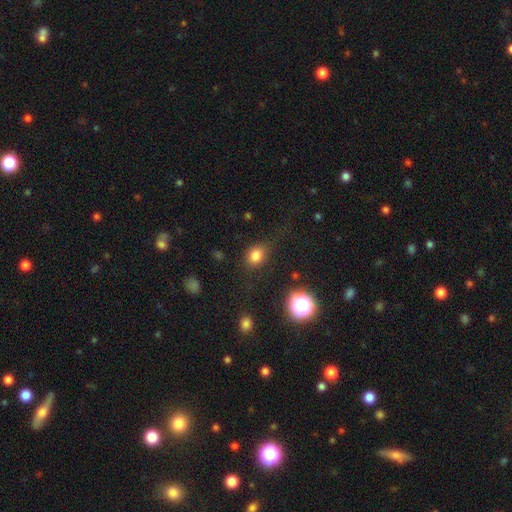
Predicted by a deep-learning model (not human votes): Smooth or featured: smooth — 78% (star or artifact — 15%)
How rounded: round — 54% (in between — 44%)
Merging: none — 74% (minor disturbance — 16%)